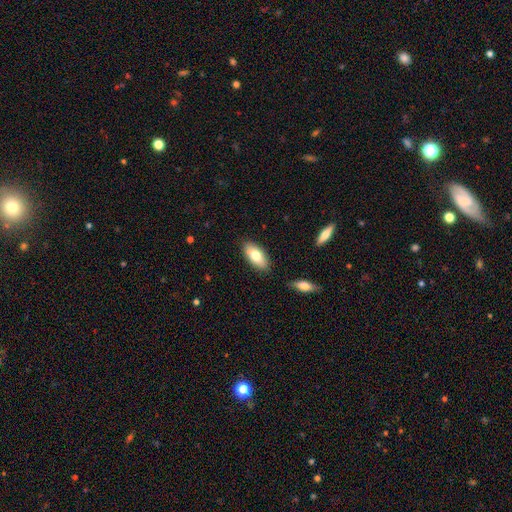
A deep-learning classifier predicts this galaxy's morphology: Smooth or featured?
  - smooth: 75% *
  - featured or disk: 18%
  - star or artifact: 6%
How rounded?
  - in between: 90% *
  - cigar-shaped: 8%
  - round: 3%
Merging?
  - none: 85% *
  - minor disturbance: 11%
  - merger: 2%
  - major disturbance: 2%